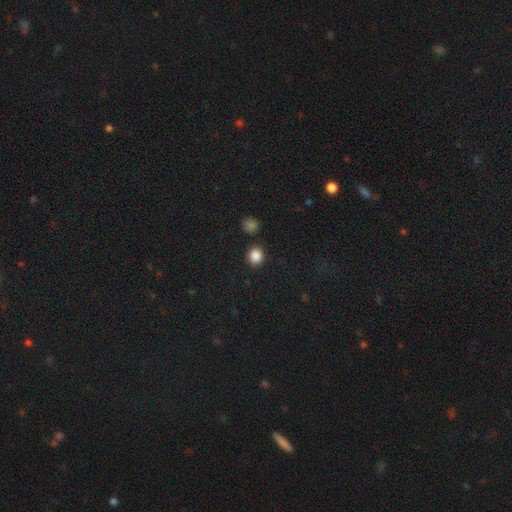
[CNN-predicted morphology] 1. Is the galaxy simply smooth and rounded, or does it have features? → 86% smooth, 10% star or artifact, 3% featured or disk.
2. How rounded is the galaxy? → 77% round, 22% in between, 1% cigar-shaped.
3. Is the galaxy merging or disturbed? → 87% none, 7% minor disturbance, 4% merger, 2% major disturbance.